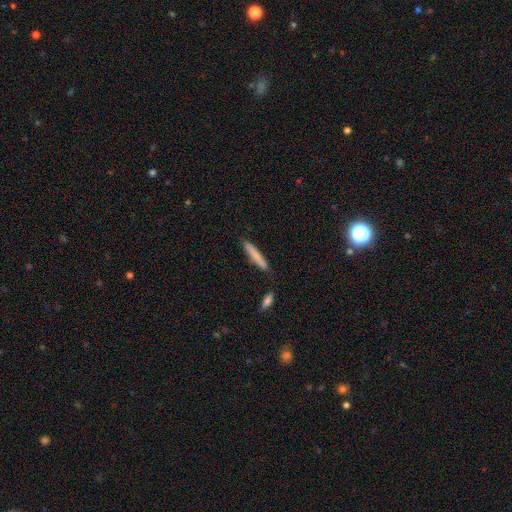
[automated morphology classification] Smooth or featured? smooth (78%)
How rounded? cigar-shaped (94%)
Merging? none (86%)